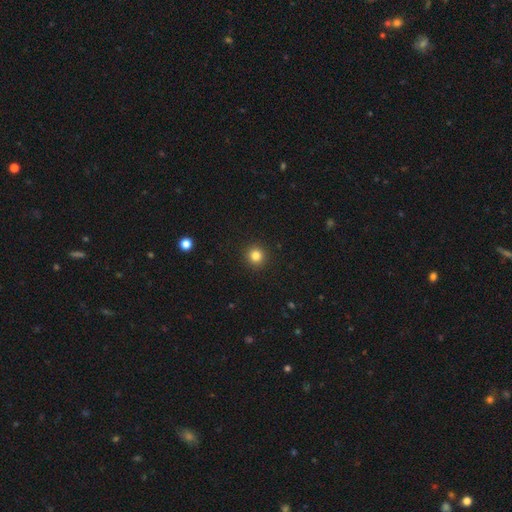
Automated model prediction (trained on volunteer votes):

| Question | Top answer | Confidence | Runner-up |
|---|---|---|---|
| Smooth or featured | smooth | 83% | star or artifact (12%) |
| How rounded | round | 95% | in between (4%) |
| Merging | none | 93% | minor disturbance (5%) |